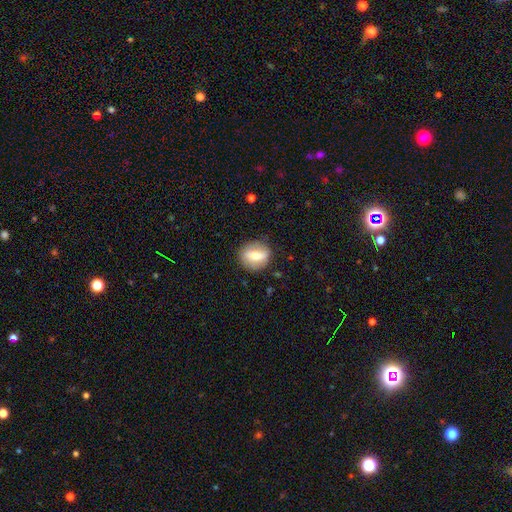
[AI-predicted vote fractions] Smooth or featured? Predicted: smooth (p=0.53). How rounded? Predicted: round (p=0.64). Merging? Predicted: none (p=0.81).